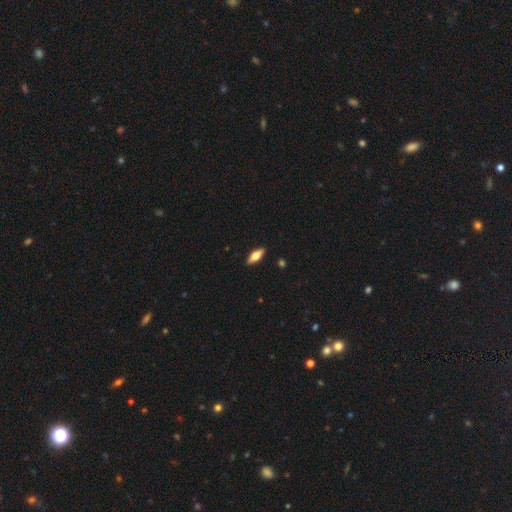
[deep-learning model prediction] Smooth or featured?
  - smooth: 57% *
  - featured or disk: 37%
  - star or artifact: 6%
How rounded?
  - in between: 63% *
  - cigar-shaped: 34%
  - round: 3%
Merging?
  - none: 90% *
  - minor disturbance: 7%
  - major disturbance: 2%
  - merger: 1%